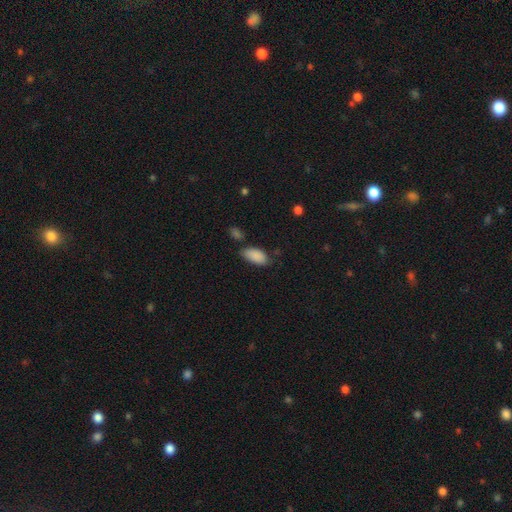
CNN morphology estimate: smooth_or_featured: smooth (p=0.88) [alt: star or artifact p=0.07]
how_rounded: in between (p=0.93) [alt: cigar-shaped p=0.04]
merging: none (p=0.63) [alt: minor disturbance p=0.25]